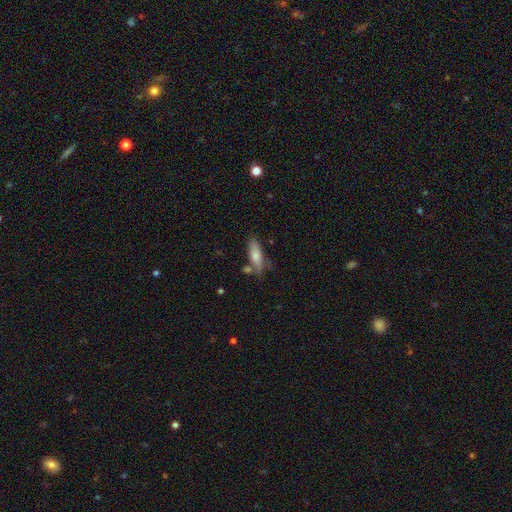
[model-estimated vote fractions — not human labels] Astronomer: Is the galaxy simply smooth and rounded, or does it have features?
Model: smooth — 74%.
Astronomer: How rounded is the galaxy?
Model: in between — 54% (runner-up: cigar-shaped, 44%).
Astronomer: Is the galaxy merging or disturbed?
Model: none — 61%.